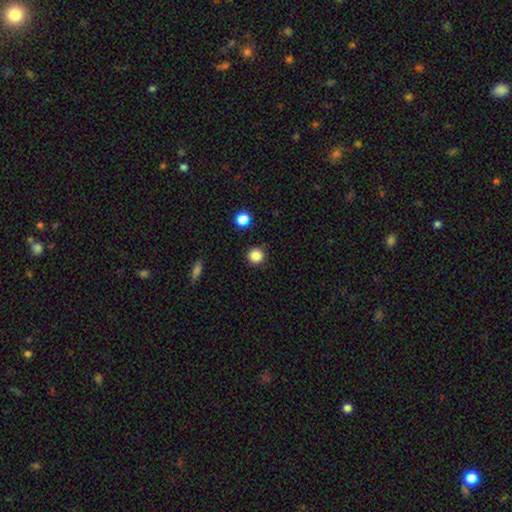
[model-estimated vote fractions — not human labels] This is clearly a smooth galaxy (86%). How rounded: clearly round (94%). Merging: clearly none (90%).